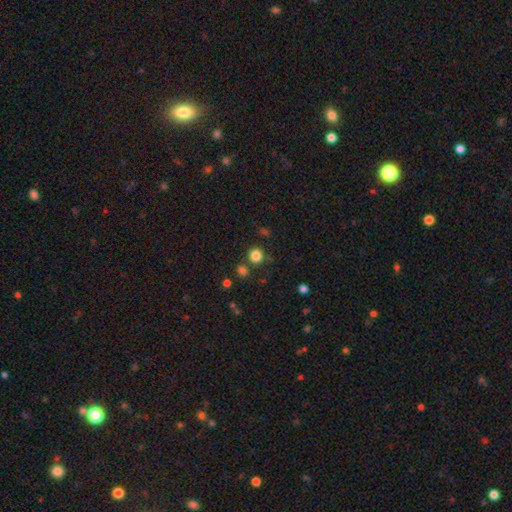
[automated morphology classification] type=smooth (82%); roundness=round (91%); merging=none (81%).